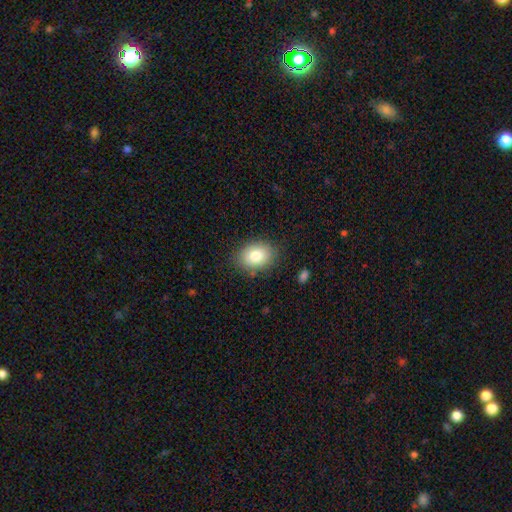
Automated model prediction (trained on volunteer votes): smooth_or_featured: smooth (p=0.81) [alt: featured or disk p=0.10]
how_rounded: in between (p=0.69) [alt: round p=0.30]
merging: none (p=0.84) [alt: minor disturbance p=0.12]